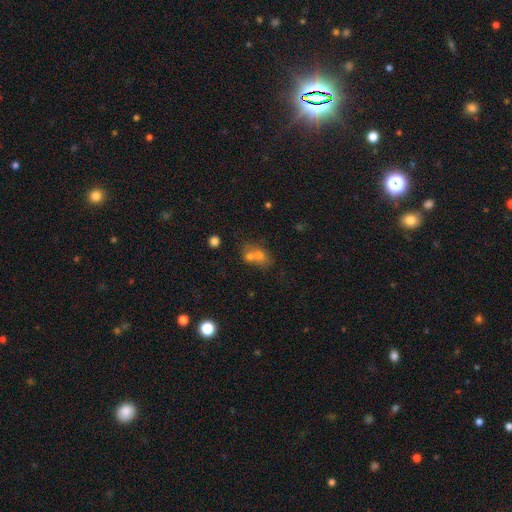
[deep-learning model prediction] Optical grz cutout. It shows a smooth galaxy with no disk features (66%) that is in between round and cigar-shaped (51%). Merging: merger (63%).